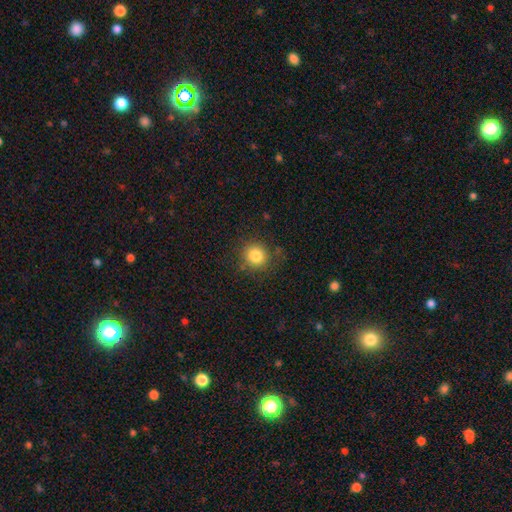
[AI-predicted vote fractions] Q: Smooth or featured?
A: smooth (82%); runner-up: star or artifact (11%)
Q: How rounded?
A: round (91%); runner-up: in between (8%)
Q: Merging?
A: none (84%); runner-up: minor disturbance (10%)